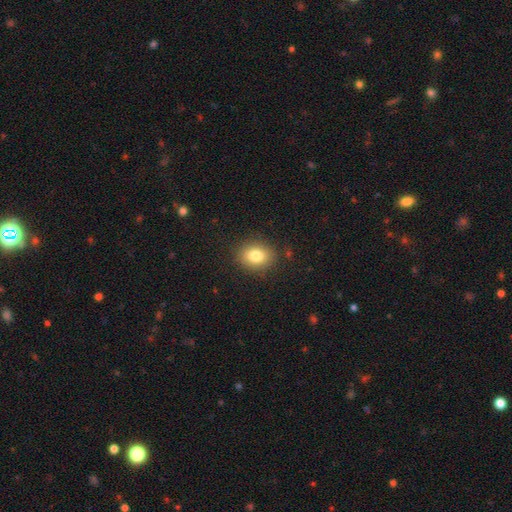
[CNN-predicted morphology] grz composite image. It shows a smooth galaxy with no disk features (81%) that is in between round and cigar-shaped (52%). Merging: none (87%).